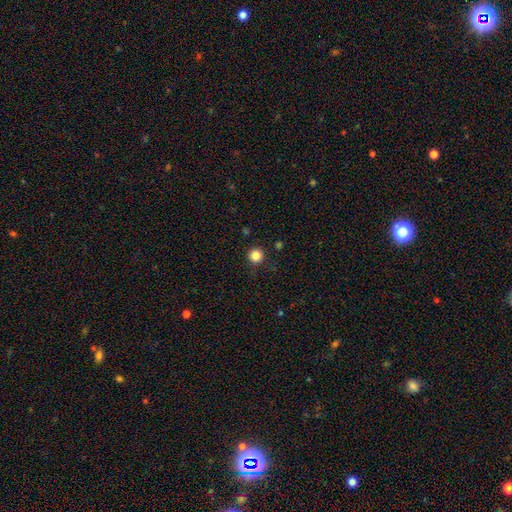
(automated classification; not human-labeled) smooth 84%, star or artifact 12%, featured or disk 4%. Down the decision tree: how rounded — round (96%); merging — none (91%).